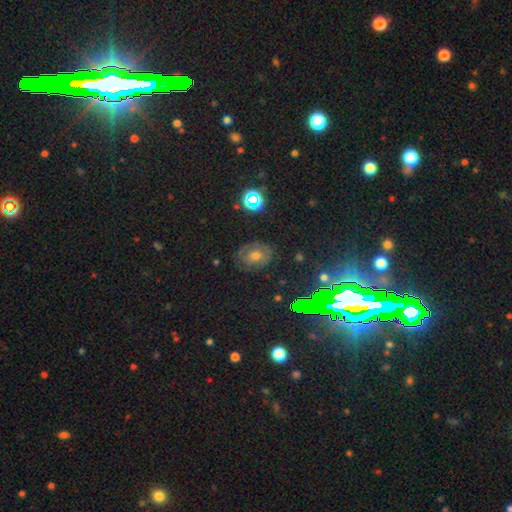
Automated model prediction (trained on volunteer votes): This appears to be a featured or disk galaxy (38%). Merging: none (78%).